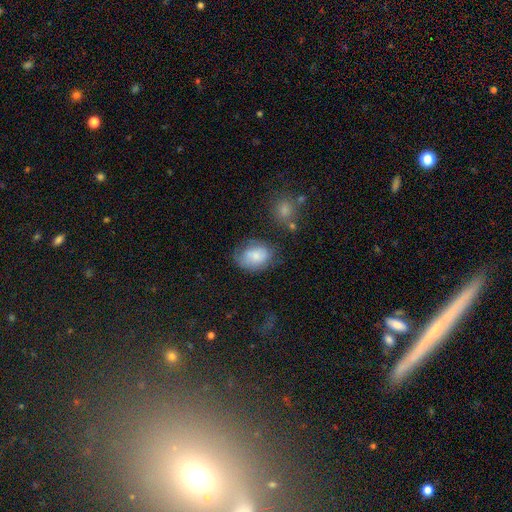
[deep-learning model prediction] A smooth galaxy with no disk features (74%) that is in between round and cigar-shaped (71%).

Vote fractions:
- Smooth or featured? smooth: 74% / featured or disk: 18% / star or artifact: 8%
- How rounded? in between: 71% / round: 28% / cigar-shaped: 1%
- Merging? none: 55% / minor disturbance: 27% / major disturbance: 11% / merger: 7%